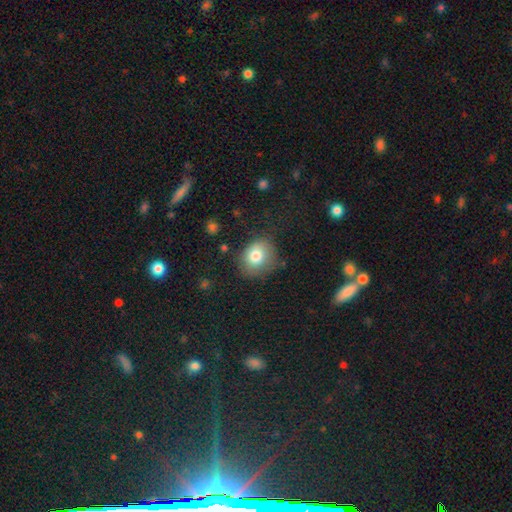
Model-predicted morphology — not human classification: Smooth or featured: smooth — 78% (featured or disk — 12%)
How rounded: round — 58% (in between — 41%)
Merging: none — 67% (minor disturbance — 22%)